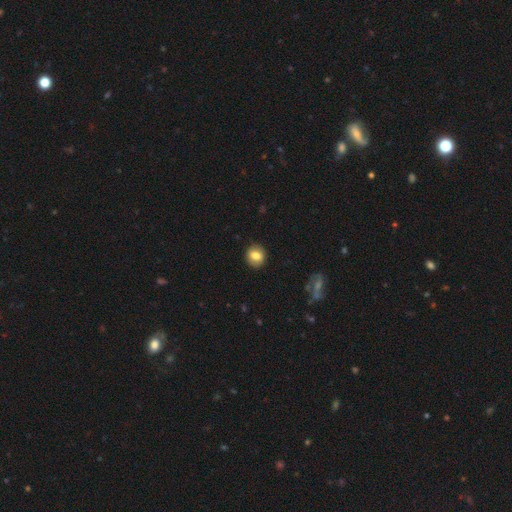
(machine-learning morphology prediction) A smooth galaxy with no disk features (79%) that is round (78%).

Vote fractions:
- Smooth or featured? smooth: 79% / featured or disk: 13% / star or artifact: 9%
- How rounded? round: 78% / in between: 21% / cigar-shaped: 1%
- Merging? none: 89% / minor disturbance: 8% / major disturbance: 2% / merger: 1%